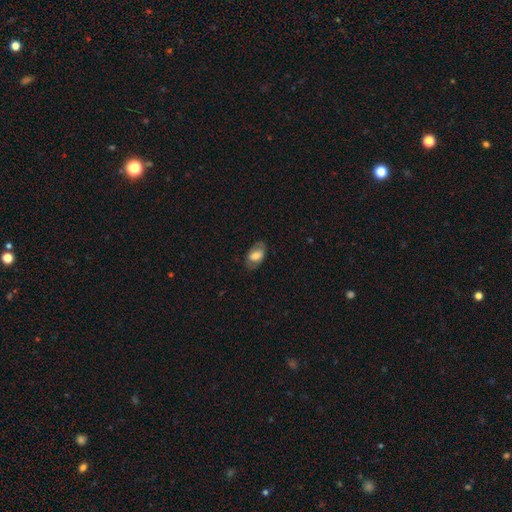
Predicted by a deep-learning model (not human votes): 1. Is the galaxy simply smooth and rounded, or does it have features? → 67% smooth, 26% featured or disk, 7% star or artifact.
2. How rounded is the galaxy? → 91% in between, 7% round, 2% cigar-shaped.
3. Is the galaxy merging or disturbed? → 73% none, 19% minor disturbance, 7% major disturbance, 1% merger.